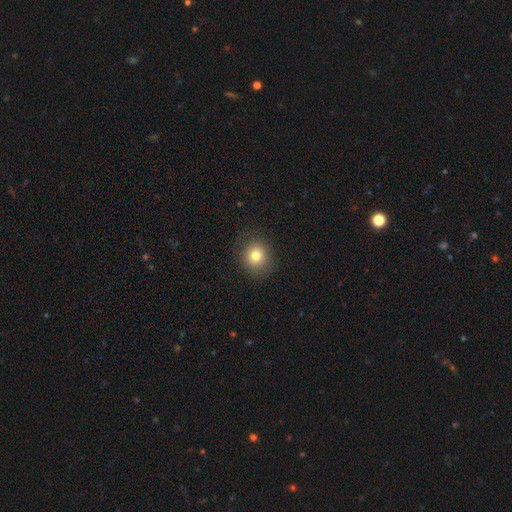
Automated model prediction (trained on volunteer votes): The model was most divided on "how rounded": round: 79%, in between: 20%, cigar-shaped: 1%. More confident: merging — none (85%); smooth or featured — smooth (79%).